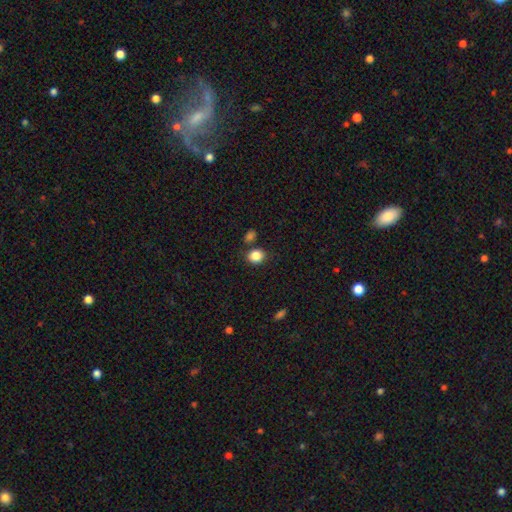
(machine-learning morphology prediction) type=smooth (86%); roundness=round (66%); merging=none (76%).